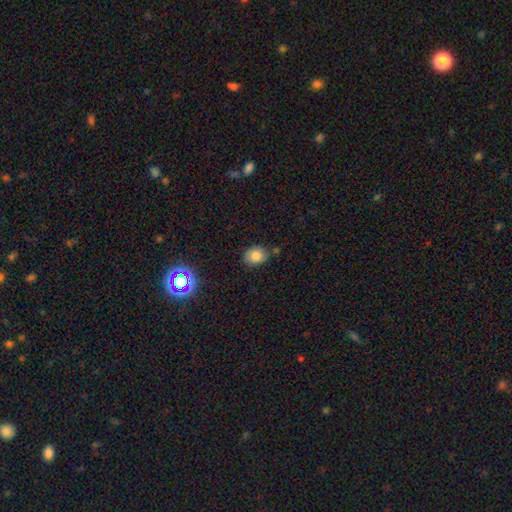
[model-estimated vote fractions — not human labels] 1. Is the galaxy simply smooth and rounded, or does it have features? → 81% smooth, 12% star or artifact, 7% featured or disk.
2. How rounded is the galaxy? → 57% in between, 42% round, 1% cigar-shaped.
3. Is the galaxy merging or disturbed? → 77% none, 16% minor disturbance, 4% merger, 3% major disturbance.